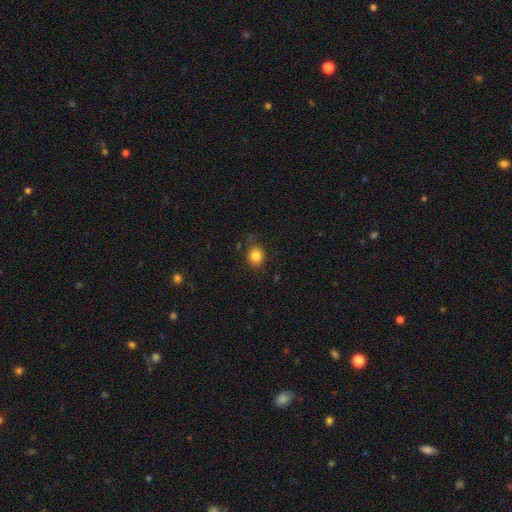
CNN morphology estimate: Smooth or featured: smooth — 84% (star or artifact — 11%)
How rounded: round — 75% (in between — 24%)
Merging: none — 79% (minor disturbance — 16%)